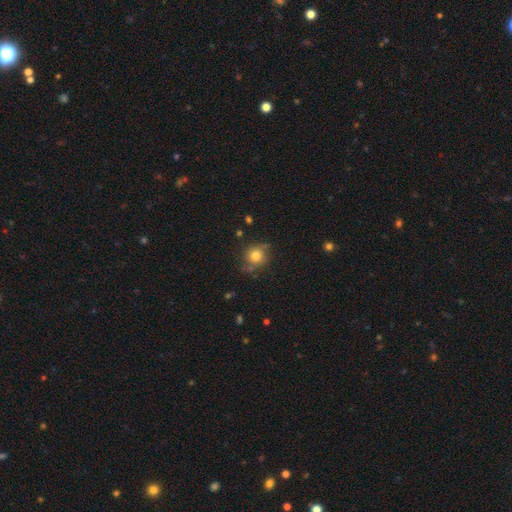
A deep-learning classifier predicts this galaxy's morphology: type=smooth (78%); roundness=round (88%); merging=none (74%).